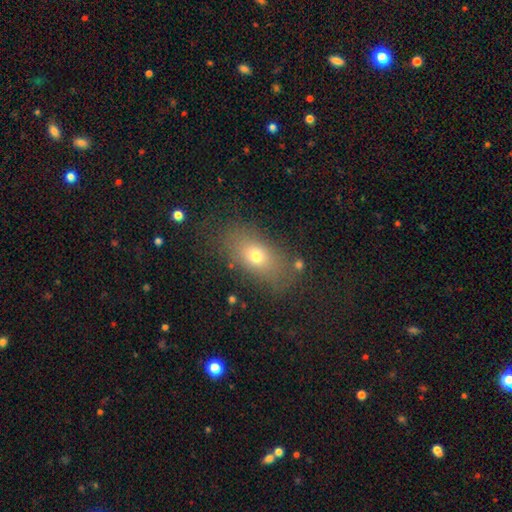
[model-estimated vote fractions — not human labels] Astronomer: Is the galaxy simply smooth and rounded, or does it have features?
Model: smooth — 70%.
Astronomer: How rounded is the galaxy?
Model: in between — 80%.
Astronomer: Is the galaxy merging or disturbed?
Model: none — 76%.